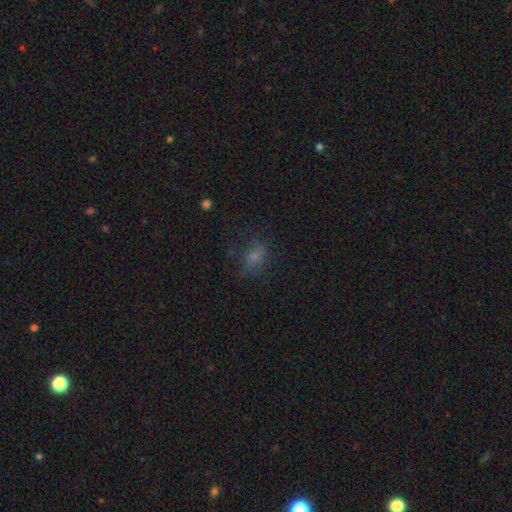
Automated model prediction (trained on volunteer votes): The model was most divided on "smooth or featured": smooth: 55%, star or artifact: 25%, featured or disk: 20%. More confident: how rounded — in between (69%); merging — none (59%).